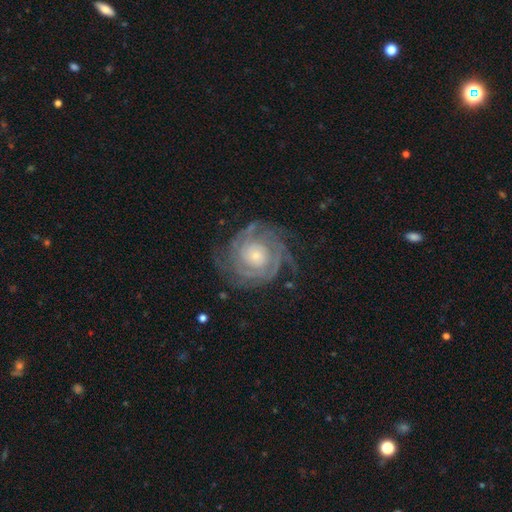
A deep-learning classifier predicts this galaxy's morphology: A featured or disk galaxy (87%) with no bar (78%), 2 (27%) tight (75%) spiral arms (97%) and a small central bulge (58%). Merging: none (74%).